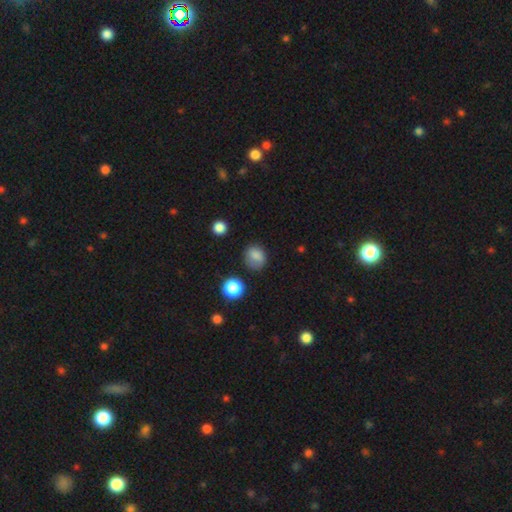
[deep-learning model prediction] Smooth or featured? smooth (83%)
How rounded? round (69%)
Merging? none (74%)